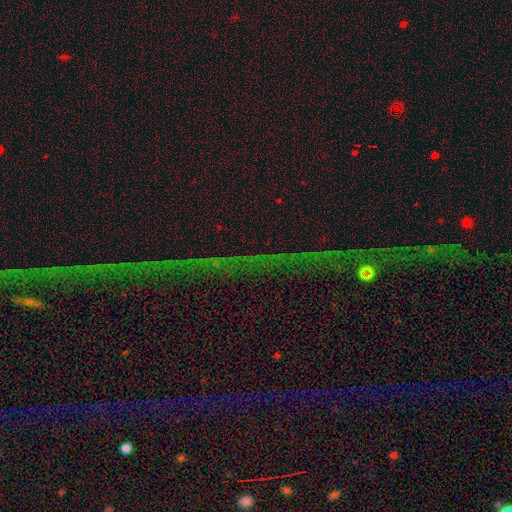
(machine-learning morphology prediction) Smooth or featured?
  - star or artifact: 75% *
  - featured or disk: 13%
  - smooth: 12%